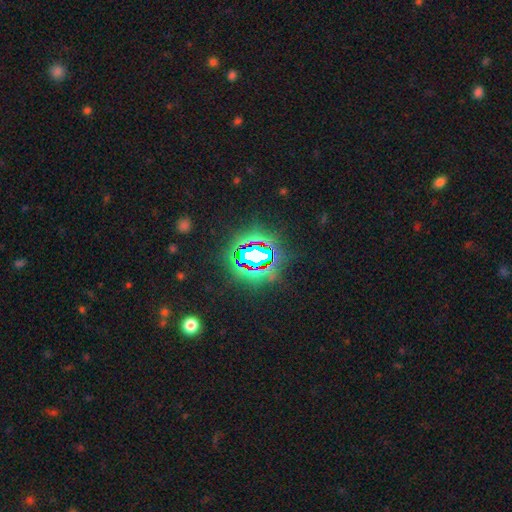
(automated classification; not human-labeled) Smooth or featured?
  - star or artifact: 74% *
  - smooth: 15%
  - featured or disk: 11%